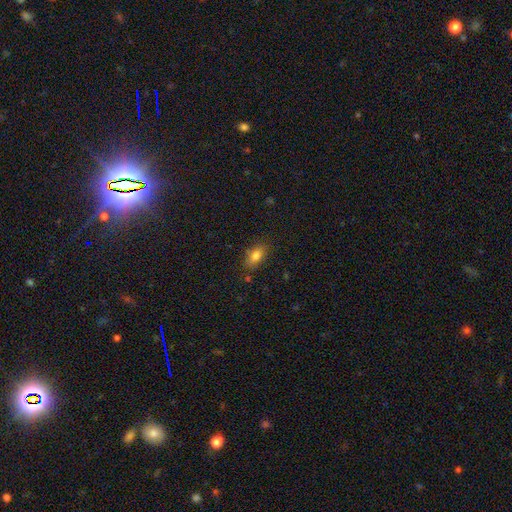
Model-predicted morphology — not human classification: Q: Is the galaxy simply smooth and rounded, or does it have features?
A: smooth — 81%.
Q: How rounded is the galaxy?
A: in between — 86%.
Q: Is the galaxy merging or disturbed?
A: none — 81%.